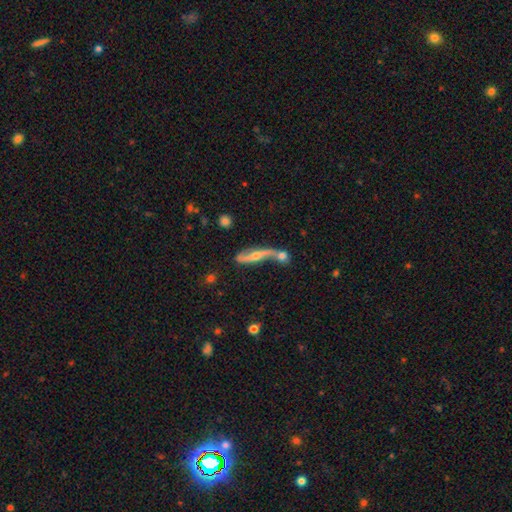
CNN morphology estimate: A featured or disk galaxy (70%).

Vote fractions:
- Smooth or featured? featured or disk: 70% / smooth: 22% / star or artifact: 8%
- Edge-on disk? no: 67% / yes: 33%
- Merging? merger: 43% / none: 32% / minor disturbance: 14% / major disturbance: 10%